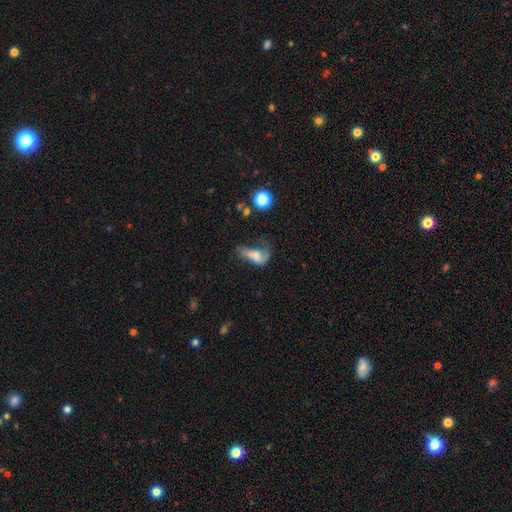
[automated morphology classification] smooth 52%, featured or disk 36%, star or artifact 12%. Down the decision tree: how rounded — in between (77%); merging — major disturbance (46%).